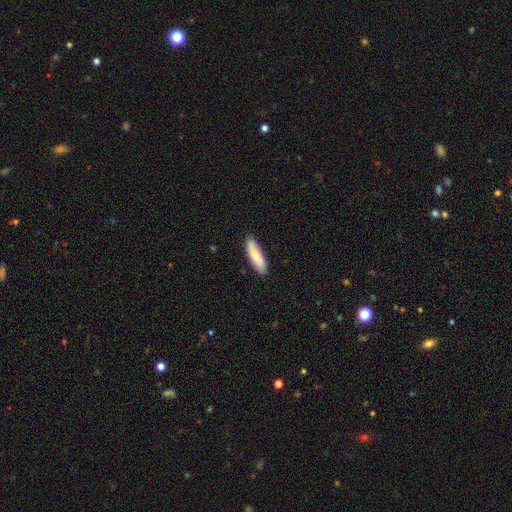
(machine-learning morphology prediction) This is clearly a smooth galaxy (81%). How rounded: likely cigar-shaped (63%). Merging: clearly none (87%).